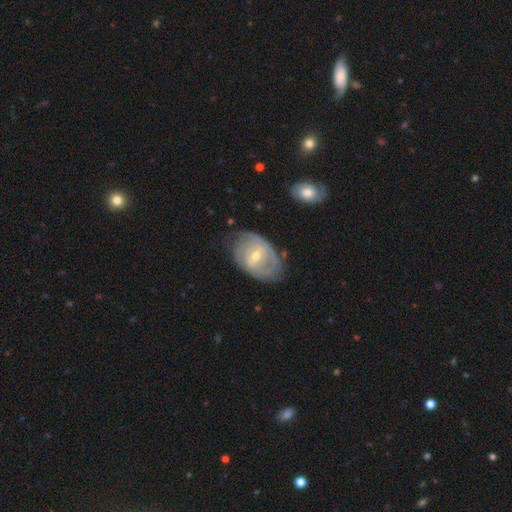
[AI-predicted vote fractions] smooth_or_featured: featured or disk (p=0.77) [alt: smooth p=0.17]
disk_edge_on: no (p=0.96) [alt: yes p=0.04]
bar: weak (p=0.53) [alt: no p=0.28]
has_spiral_arms: yes (p=0.84) [alt: no p=0.16]
spiral_winding: tight (p=0.55) [alt: medium p=0.33]
spiral_arm_count: can't tell (p=0.41) [alt: 2 p=0.36]
bulge_size: small (p=0.53) [alt: moderate p=0.44]
merging: none (p=0.64) [alt: minor disturbance p=0.26]